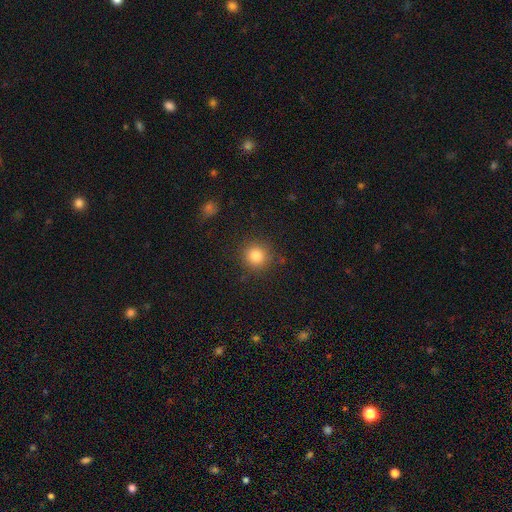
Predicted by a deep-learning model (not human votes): Smooth or featured?
  - smooth: 83% *
  - star or artifact: 12%
  - featured or disk: 6%
How rounded?
  - round: 93% *
  - in between: 6%
  - cigar-shaped: 1%
Merging?
  - none: 87% *
  - minor disturbance: 8%
  - major disturbance: 3%
  - merger: 2%